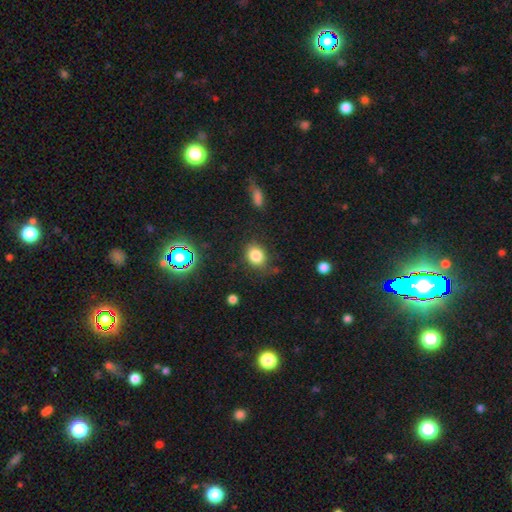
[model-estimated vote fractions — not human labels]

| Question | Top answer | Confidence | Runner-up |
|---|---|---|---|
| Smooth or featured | smooth | 82% | star or artifact (12%) |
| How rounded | round | 51% | in between (48%) |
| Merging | none | 76% | minor disturbance (16%) |